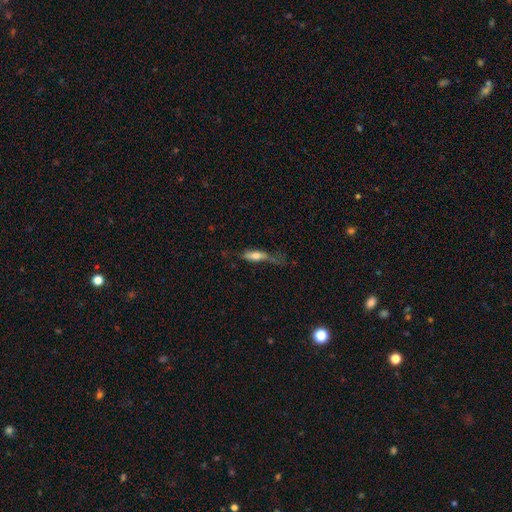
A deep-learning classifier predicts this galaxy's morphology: smooth_or_featured: smooth (p=0.61) [alt: featured or disk p=0.31]
how_rounded: cigar-shaped (p=0.50) [alt: in between p=0.47]
merging: major disturbance (p=0.34) [alt: none p=0.32]